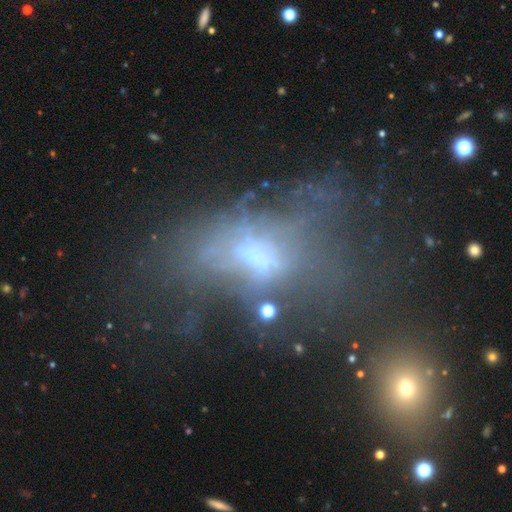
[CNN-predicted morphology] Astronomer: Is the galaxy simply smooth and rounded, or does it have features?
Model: featured or disk — 52% (runner-up: smooth, 28%).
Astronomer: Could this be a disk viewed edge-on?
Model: no — 87%.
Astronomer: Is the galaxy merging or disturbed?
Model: major disturbance — 47% (runner-up: none, 25%).